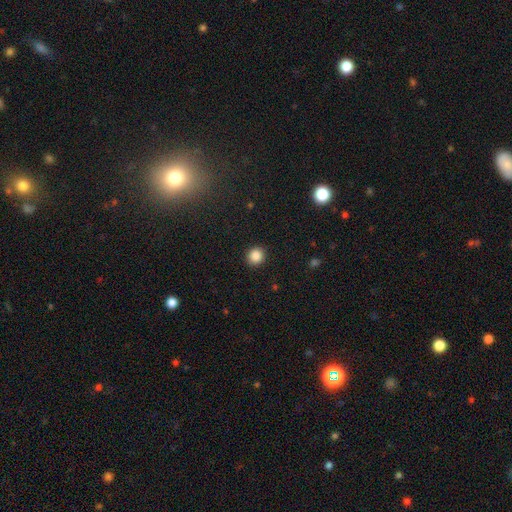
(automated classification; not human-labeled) This appears to be a smooth galaxy with no disk features (87%) that is round (87%). Merging: none (91%).